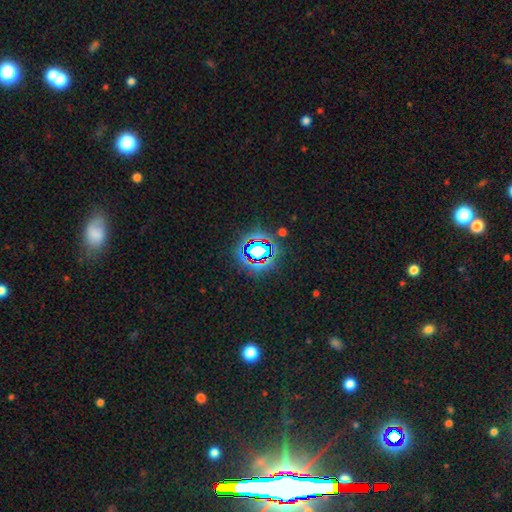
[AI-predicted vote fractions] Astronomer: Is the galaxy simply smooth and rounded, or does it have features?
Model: star or artifact — 79%.